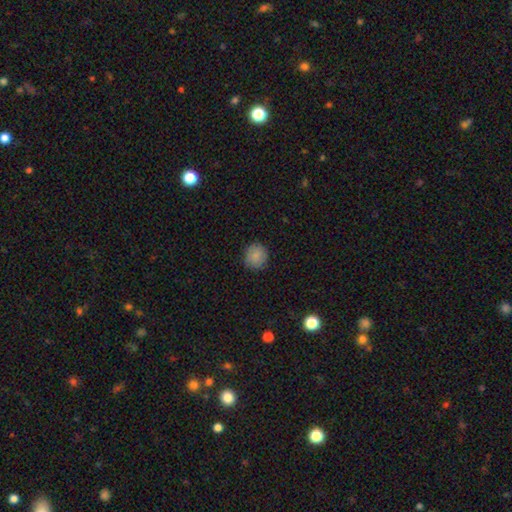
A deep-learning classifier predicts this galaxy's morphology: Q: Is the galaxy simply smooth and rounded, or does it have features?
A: smooth — 86%.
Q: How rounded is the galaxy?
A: round — 89%.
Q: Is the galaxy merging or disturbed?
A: none — 87%.